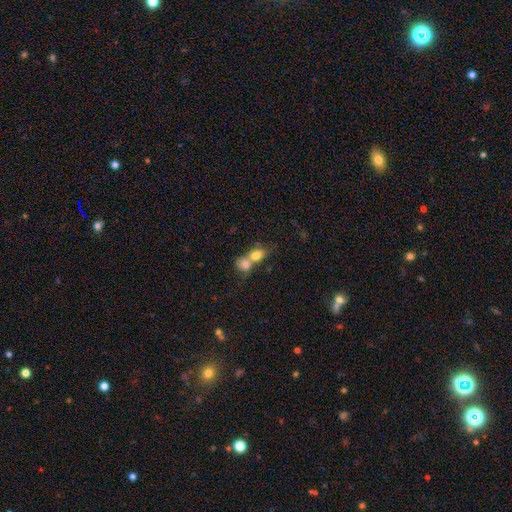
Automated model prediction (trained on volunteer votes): Overall: smooth (78%). How rounded: in between (54%; round 43%). Merging: merger (72%).